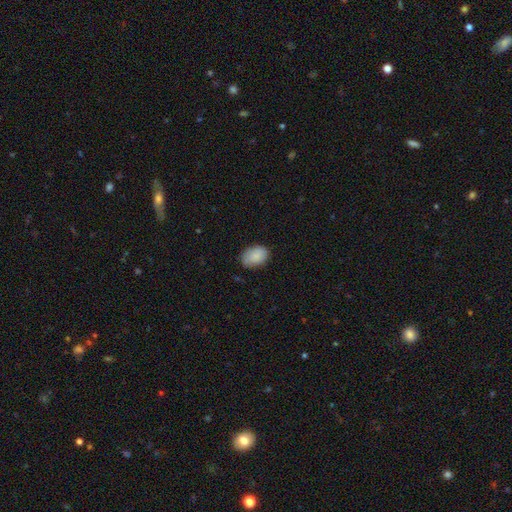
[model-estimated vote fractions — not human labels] This is clearly a smooth galaxy (87%). How rounded: clearly in between (84%). Merging: likely none (77%).